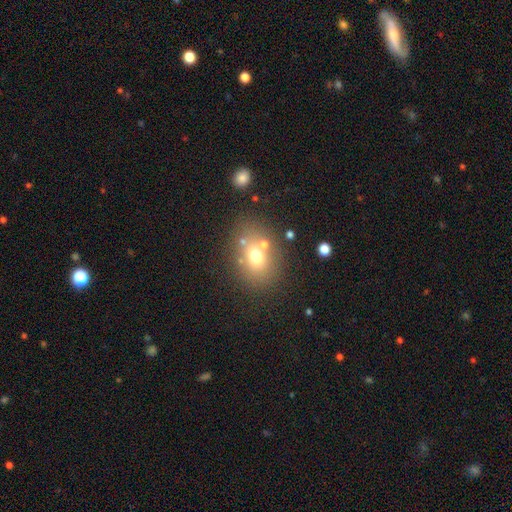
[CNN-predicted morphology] This appears to be a smooth galaxy with no disk features (66%) that is in between round and cigar-shaped (54%). Merging: none (69%).